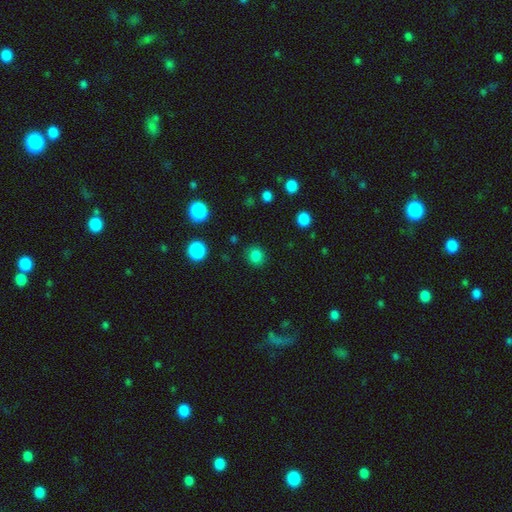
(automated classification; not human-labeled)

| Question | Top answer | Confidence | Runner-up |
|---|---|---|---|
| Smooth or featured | smooth | 83% | star or artifact (13%) |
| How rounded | round | 85% | in between (14%) |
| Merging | none | 89% | minor disturbance (7%) |